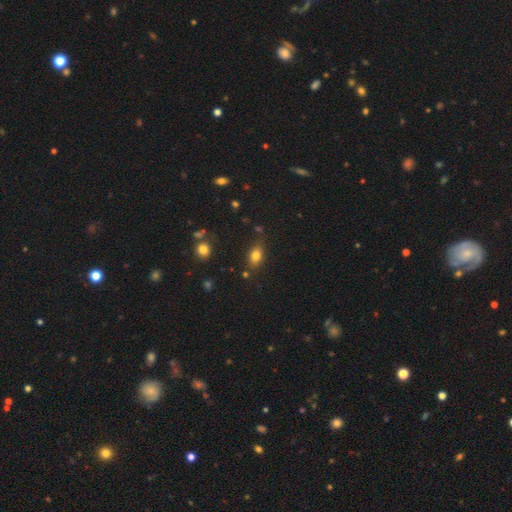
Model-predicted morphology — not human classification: Smooth or featured? smooth (78%)
How rounded? in between (80%)
Merging? none (78%)